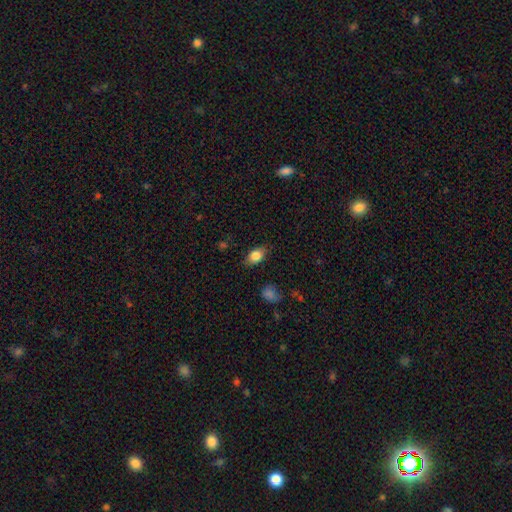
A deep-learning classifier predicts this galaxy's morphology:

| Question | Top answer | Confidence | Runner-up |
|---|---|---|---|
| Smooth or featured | smooth | 82% | featured or disk (10%) |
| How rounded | in between | 83% | round (13%) |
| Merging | none | 80% | minor disturbance (15%) |